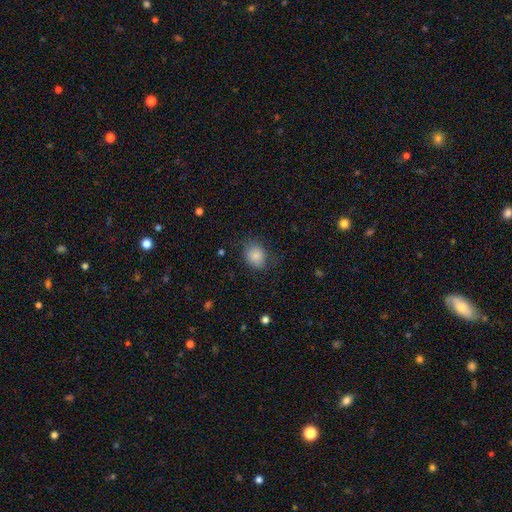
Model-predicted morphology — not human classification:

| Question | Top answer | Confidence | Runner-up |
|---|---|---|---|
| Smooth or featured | smooth | 84% | star or artifact (9%) |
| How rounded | round | 57% | in between (42%) |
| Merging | none | 70% | minor disturbance (21%) |